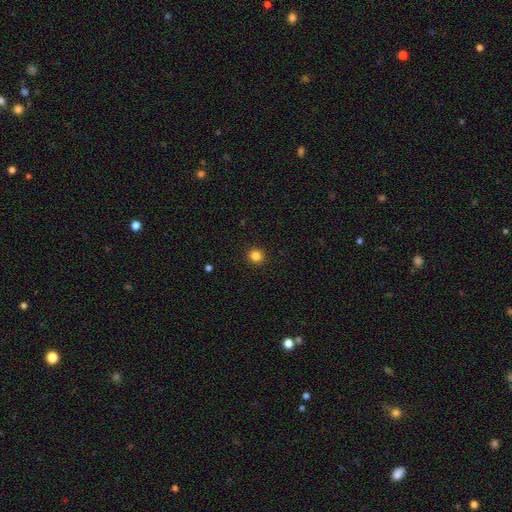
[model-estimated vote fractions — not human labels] This appears to be a smooth galaxy with no disk features (84%) that is round (94%). Merging: none (93%).